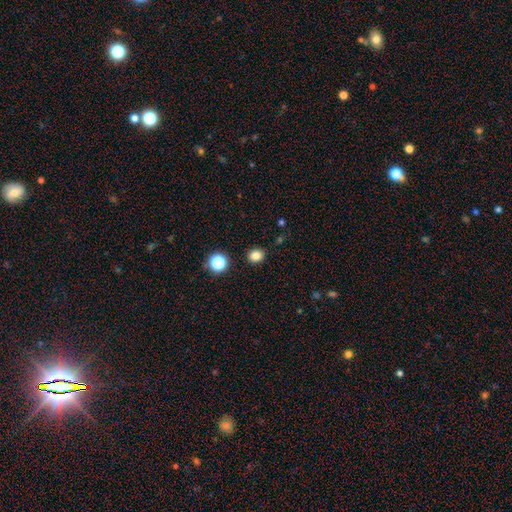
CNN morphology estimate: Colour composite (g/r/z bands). It shows a smooth galaxy with no disk features (82%) that is round (71%). Merging: none (89%).